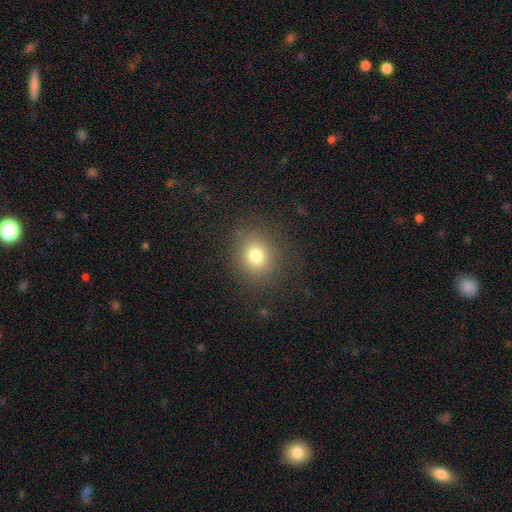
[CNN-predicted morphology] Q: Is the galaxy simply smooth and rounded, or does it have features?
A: smooth — 78%.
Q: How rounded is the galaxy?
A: round — 77%.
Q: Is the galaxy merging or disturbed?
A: none — 85%.